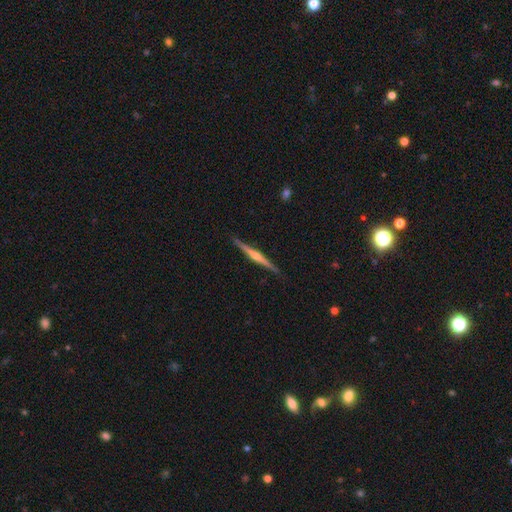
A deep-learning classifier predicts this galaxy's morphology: This is likely a featured or disk galaxy (79%). It is clearly viewed edge-on (99%). Edge-on bulge: clearly rounded (85%). Merging: clearly none (90%).